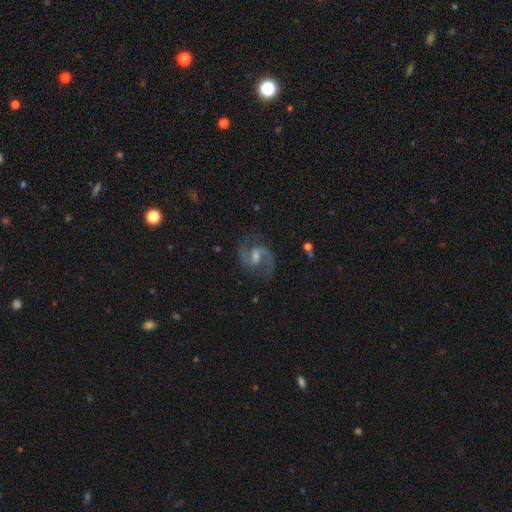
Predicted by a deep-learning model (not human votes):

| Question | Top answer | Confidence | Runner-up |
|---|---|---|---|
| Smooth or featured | featured or disk | 90% | star or artifact (6%) |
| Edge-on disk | no | 98% | yes (2%) |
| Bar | weak | 58% | no (23%) |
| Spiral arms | yes | 98% | no (2%) |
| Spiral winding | medium | 63% | loose (23%) |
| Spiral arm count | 2 | 94% | can't tell (2%) |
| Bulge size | moderate | 47% | small (37%) |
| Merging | none | 81% | minor disturbance (12%) |